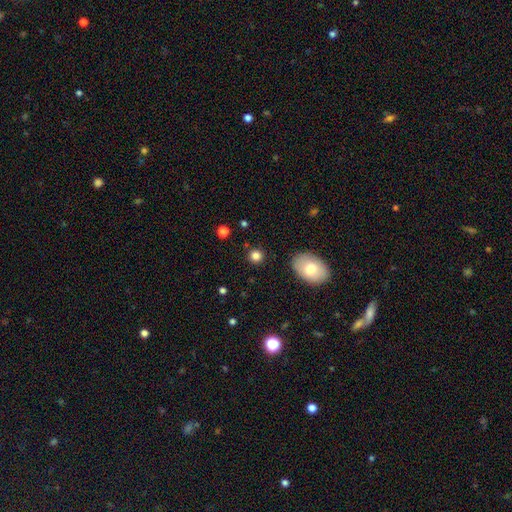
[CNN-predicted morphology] This appears to be a smooth galaxy with no disk features (83%) that is round (87%). Merging: none (89%).